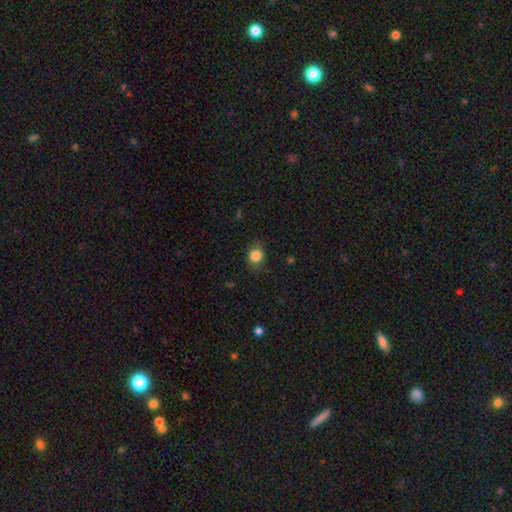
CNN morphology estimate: Smooth or featured? Predicted: smooth (p=0.84). How rounded? Predicted: round (p=0.66). Merging? Predicted: none (p=0.73).